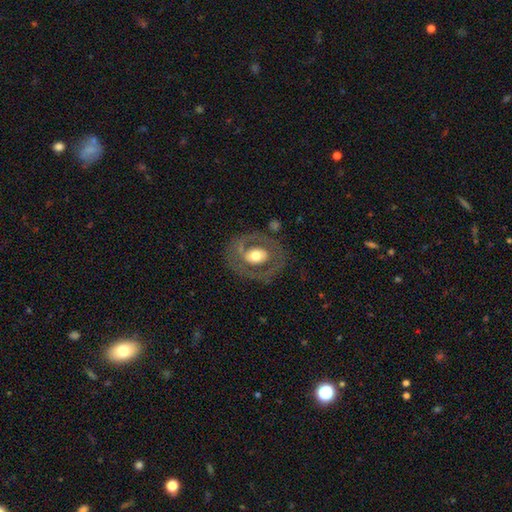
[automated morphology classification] Smooth or featured?
  - featured or disk: 58% *
  - smooth: 36%
  - star or artifact: 6%
Edge-on disk?
  - no: 94% *
  - yes: 6%
Bar?
  - no: 71% *
  - weak: 19%
  - strong: 10%
Spiral arms?
  - no: 77% *
  - yes: 23%
Bulge size?
  - moderate: 59% *
  - large: 30%
  - small: 8%
  - dominant: 3%
  - none: 1%
Merging?
  - none: 76% *
  - minor disturbance: 13%
  - major disturbance: 9%
  - merger: 2%